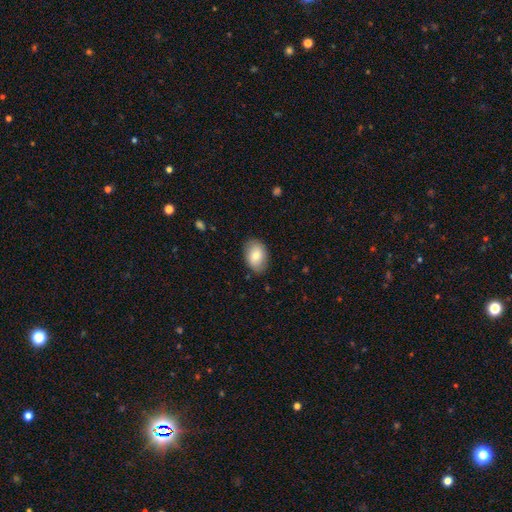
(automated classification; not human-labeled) A smooth galaxy with no disk features (78%) that is in between round and cigar-shaped (83%).

Vote fractions:
- Smooth or featured? smooth: 78% / featured or disk: 15% / star or artifact: 7%
- How rounded? in between: 83% / round: 15% / cigar-shaped: 1%
- Merging? none: 84% / minor disturbance: 12% / major disturbance: 3% / merger: 1%